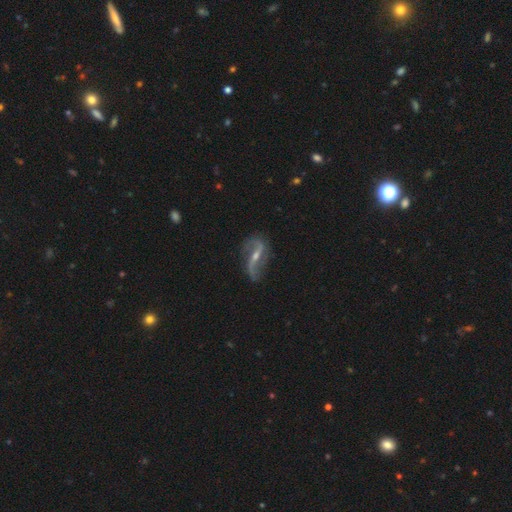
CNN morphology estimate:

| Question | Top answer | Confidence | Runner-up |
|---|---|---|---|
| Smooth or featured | featured or disk | 87% | smooth (7%) |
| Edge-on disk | no | 94% | yes (6%) |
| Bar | strong | 41% | weak (37%) |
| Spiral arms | yes | 95% | no (5%) |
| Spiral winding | loose | 78% | medium (17%) |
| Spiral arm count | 2 | 91% | can't tell (3%) |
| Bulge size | small | 57% | moderate (39%) |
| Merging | none | 72% | minor disturbance (18%) |